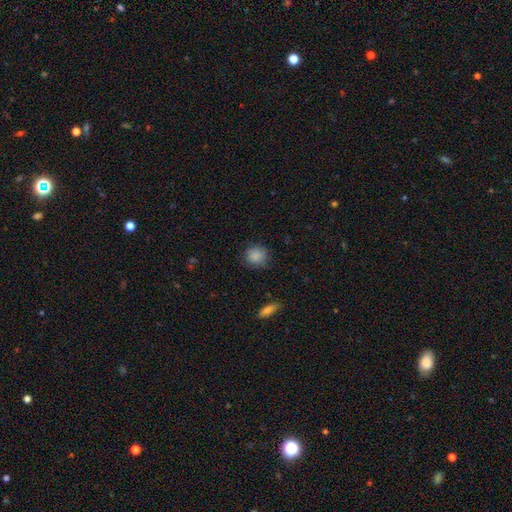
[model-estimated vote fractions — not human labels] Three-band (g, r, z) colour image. It shows a smooth galaxy with no disk features (86%) that is round (82%). Merging: none (78%).